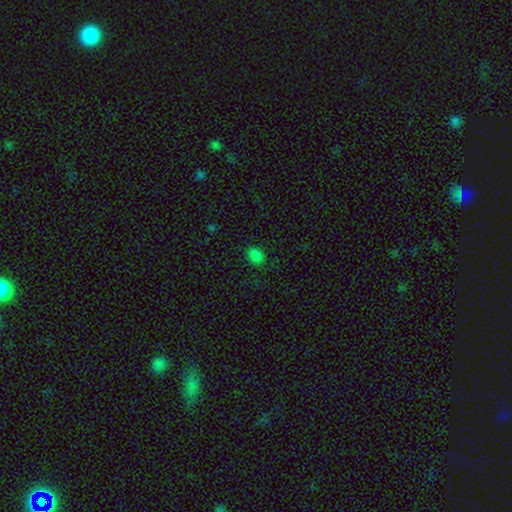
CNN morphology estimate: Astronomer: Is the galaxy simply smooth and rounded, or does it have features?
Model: smooth — 81%.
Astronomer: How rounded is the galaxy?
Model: in between — 64%.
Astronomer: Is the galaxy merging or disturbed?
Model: none — 83%.